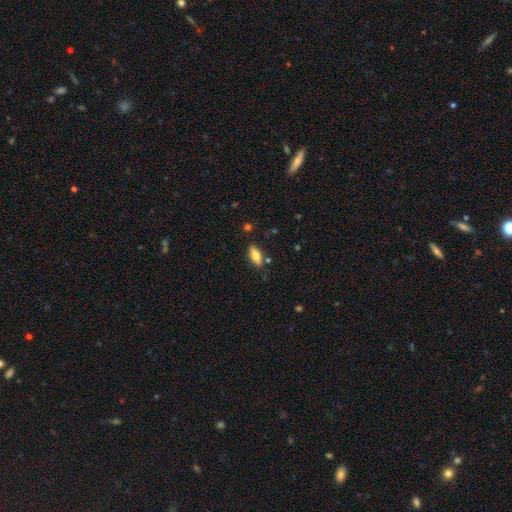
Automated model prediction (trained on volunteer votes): smooth-or-featured: smooth: 74% | featured or disk: 19% | star or artifact: 7%
  how-rounded: in between: 78% | cigar-shaped: 20% | round: 2%
  merging: none: 81% | minor disturbance: 12% | merger: 3% | major disturbance: 3%